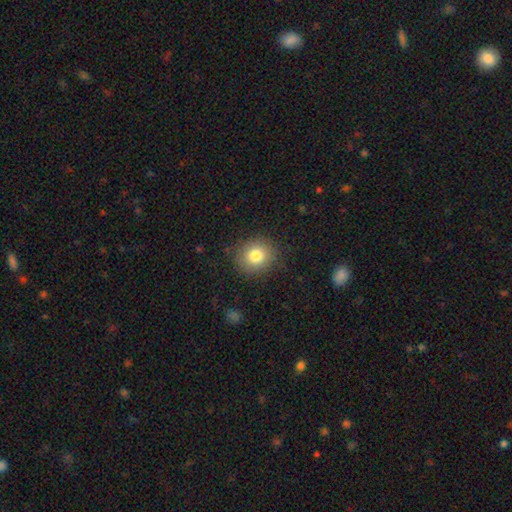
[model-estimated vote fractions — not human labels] Smooth or featured?
  - smooth: 80% *
  - star or artifact: 11%
  - featured or disk: 9%
How rounded?
  - round: 82% *
  - in between: 17%
  - cigar-shaped: 1%
Merging?
  - none: 87% *
  - minor disturbance: 9%
  - major disturbance: 3%
  - merger: 1%